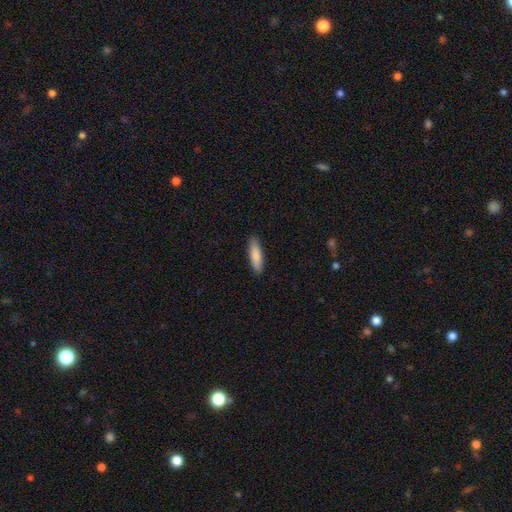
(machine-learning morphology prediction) type=smooth (86%); roundness=cigar-shaped (66%); merging=none (89%).